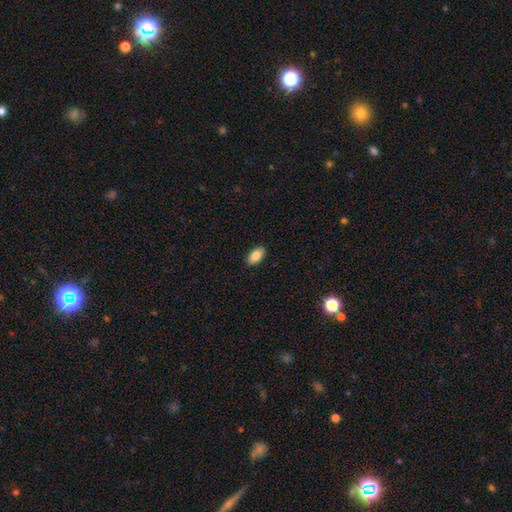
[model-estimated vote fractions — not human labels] A smooth galaxy with no disk features (84%) that is in between round and cigar-shaped (93%). Merging: none (90%).